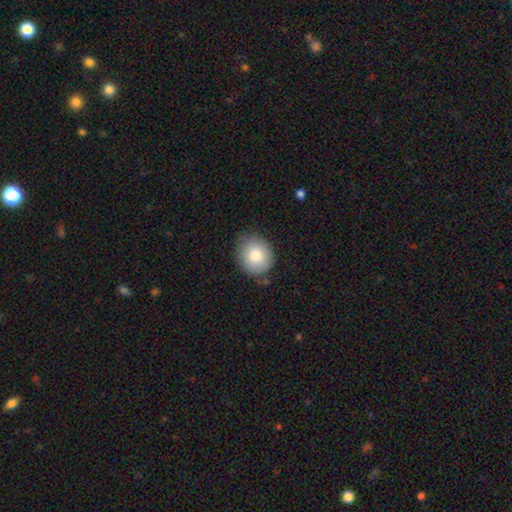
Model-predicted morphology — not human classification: This is clearly a smooth galaxy (83%). How rounded: likely round (78%). Merging: likely none (78%).